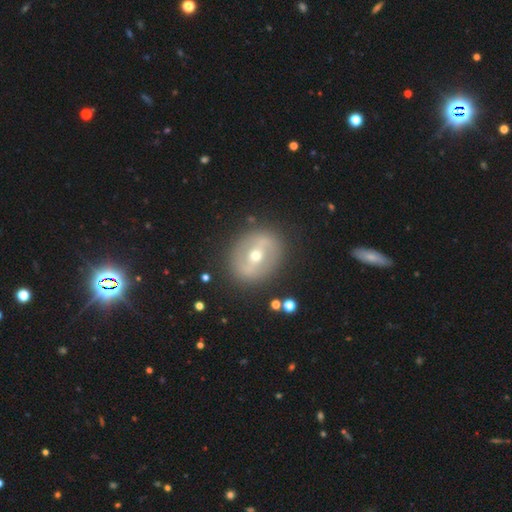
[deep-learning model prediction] A featured or disk galaxy (66%) with a strong bar (48%), no spiral arms (67%) and a moderate central bulge (64%). Merging: none (86%).